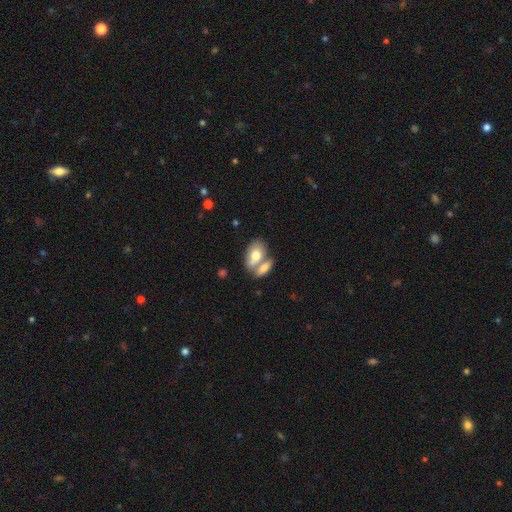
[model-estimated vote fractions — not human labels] This appears to be a smooth galaxy with no disk features (70%) that is in between round and cigar-shaped (87%). Merging: merger (57%).